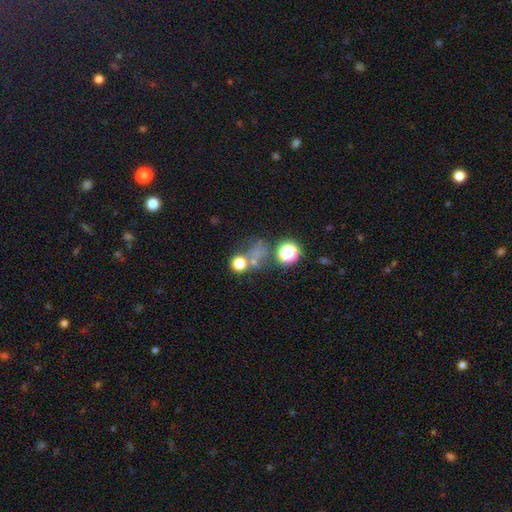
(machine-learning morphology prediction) smooth-or-featured: smooth: 54% | star or artifact: 34% | featured or disk: 13%
  how-rounded: round: 81% | in between: 18% | cigar-shaped: 1%
  merging: none: 49% | merger: 27% | major disturbance: 12% | minor disturbance: 12%